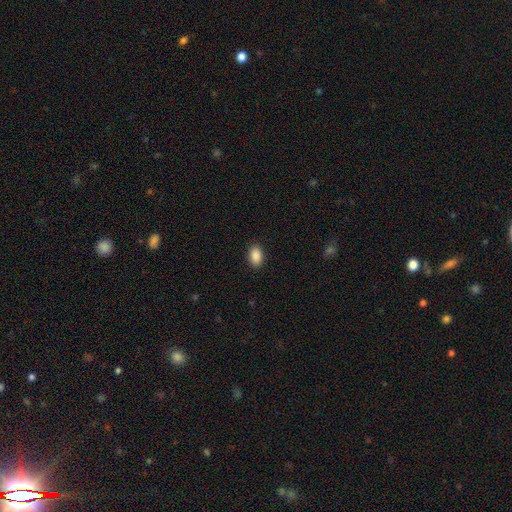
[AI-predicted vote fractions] Overall: smooth (90%). How rounded: in between (91%). Merging: none (90%).